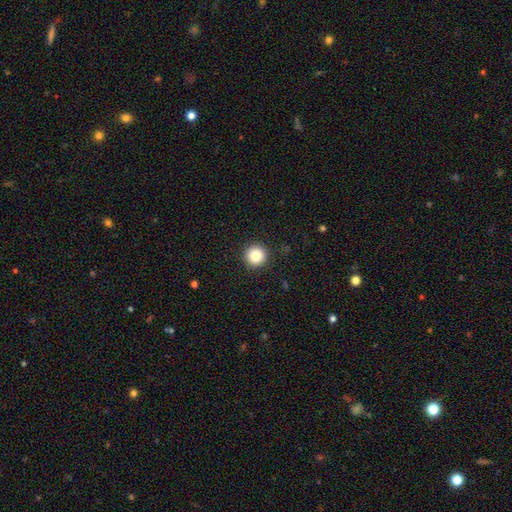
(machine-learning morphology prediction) smooth_or_featured: smooth (p=0.84) [alt: star or artifact p=0.10]
how_rounded: round (p=0.96) [alt: in between p=0.03]
merging: none (p=0.92) [alt: minor disturbance p=0.05]